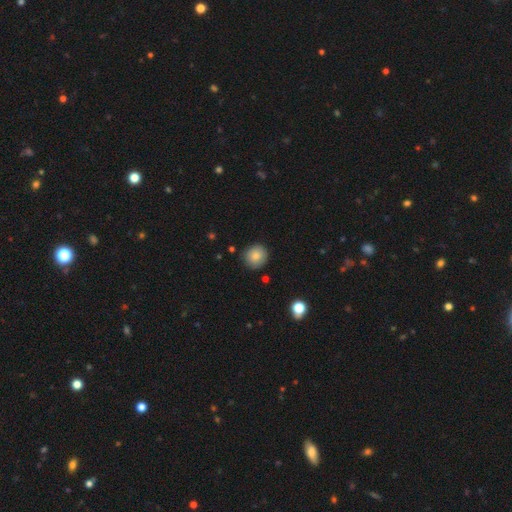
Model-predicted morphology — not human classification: This appears to be a smooth galaxy with no disk features (83%) that is round (90%). Merging: none (88%).